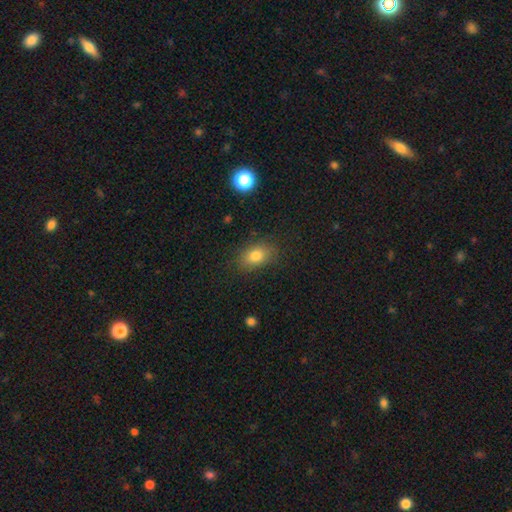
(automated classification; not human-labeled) smooth 80%, star or artifact 10%, featured or disk 10%. Down the decision tree: how rounded — in between (81%); merging — none (82%).